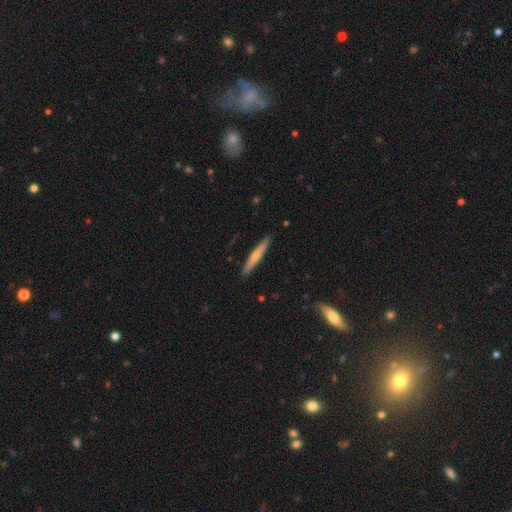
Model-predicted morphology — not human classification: This is possibly a smooth galaxy (54%). How rounded: clearly cigar-shaped (95%). Merging: clearly none (90%).